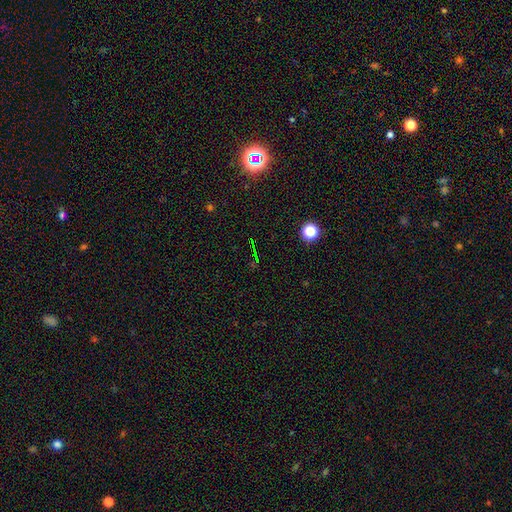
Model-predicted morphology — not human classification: A star or artifact, not a galaxy (74%).

Vote fractions:
- Smooth or featured? star or artifact: 74% / smooth: 16% / featured or disk: 11%